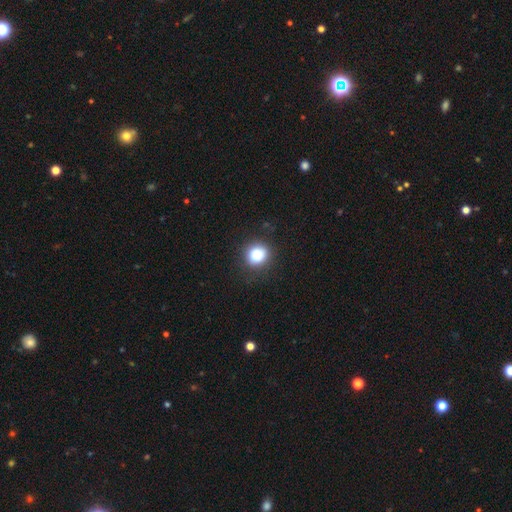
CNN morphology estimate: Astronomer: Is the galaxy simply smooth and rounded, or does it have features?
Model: smooth — 84%.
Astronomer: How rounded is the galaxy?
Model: round — 82%.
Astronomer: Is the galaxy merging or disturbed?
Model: none — 85%.